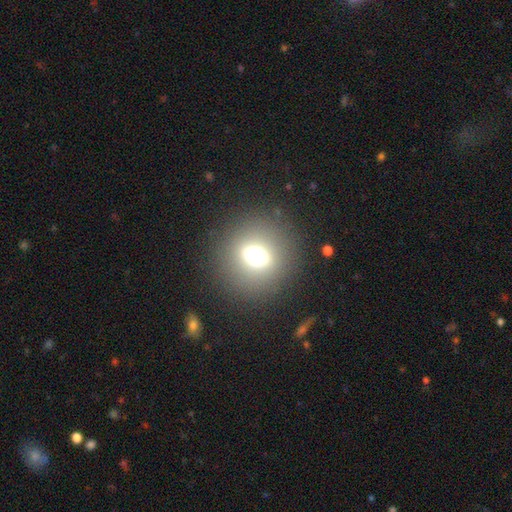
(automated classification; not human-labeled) Smooth or featured? Predicted: smooth (p=0.64). How rounded? Predicted: round (p=0.82). Merging? Predicted: none (p=0.86).